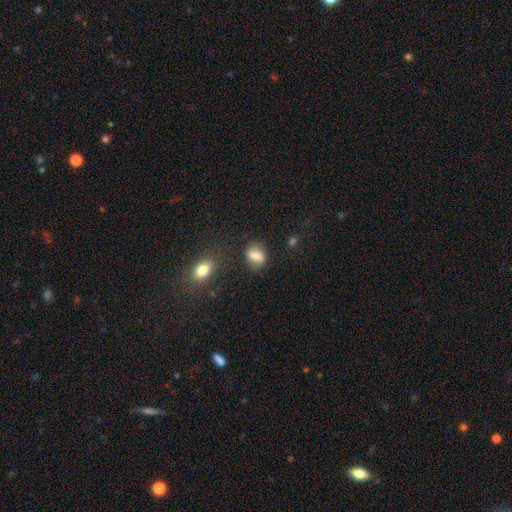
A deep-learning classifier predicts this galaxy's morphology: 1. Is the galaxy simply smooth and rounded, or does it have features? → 80% smooth, 11% featured or disk, 9% star or artifact.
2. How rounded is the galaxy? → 64% in between, 34% round, 2% cigar-shaped.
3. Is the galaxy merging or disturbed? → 72% none, 17% minor disturbance, 6% merger, 5% major disturbance.